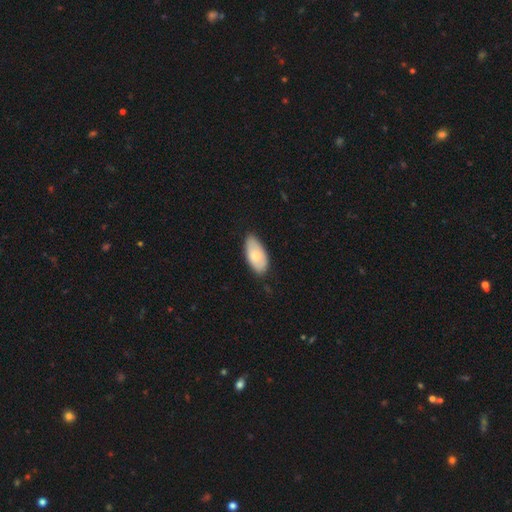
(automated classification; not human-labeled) A smooth galaxy with no disk features (75%) that is in between round and cigar-shaped (94%).

Vote fractions:
- Smooth or featured? smooth: 75% / featured or disk: 19% / star or artifact: 6%
- How rounded? in between: 94% / cigar-shaped: 4% / round: 3%
- Merging? none: 76% / minor disturbance: 20% / major disturbance: 3% / merger: 1%